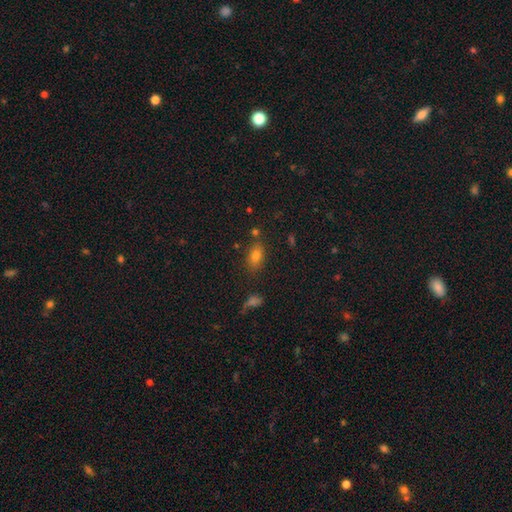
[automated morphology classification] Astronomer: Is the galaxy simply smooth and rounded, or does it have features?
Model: smooth — 72%.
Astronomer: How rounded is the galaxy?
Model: in between — 81%.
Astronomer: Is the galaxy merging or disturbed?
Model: none — 76%.